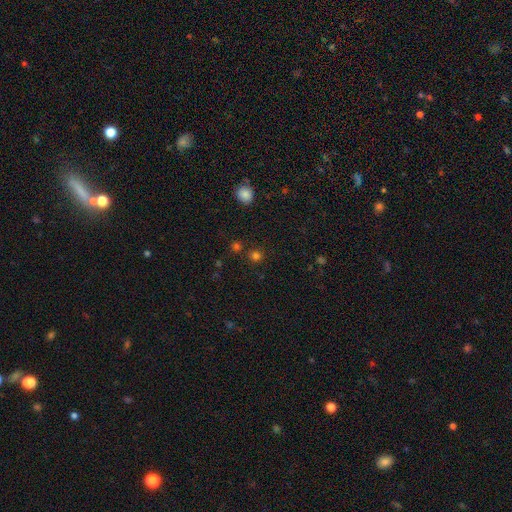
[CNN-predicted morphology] smooth 73%, star or artifact 22%, featured or disk 5%. Down the decision tree: how rounded — round (88%); merging — none (81%).